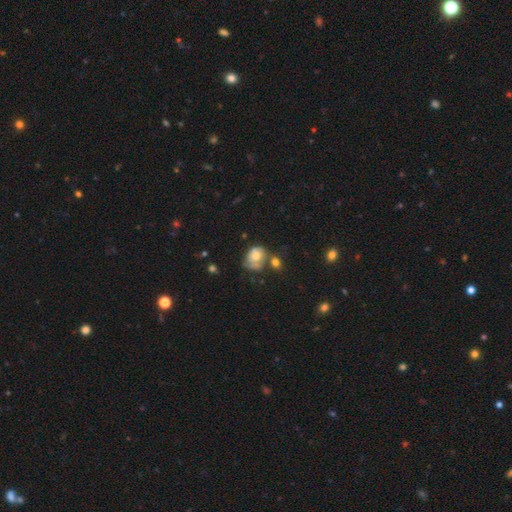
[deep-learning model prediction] Smooth or featured? Predicted: smooth (p=0.54). How rounded? Predicted: round (p=0.56). Merging? Predicted: none (p=0.35).